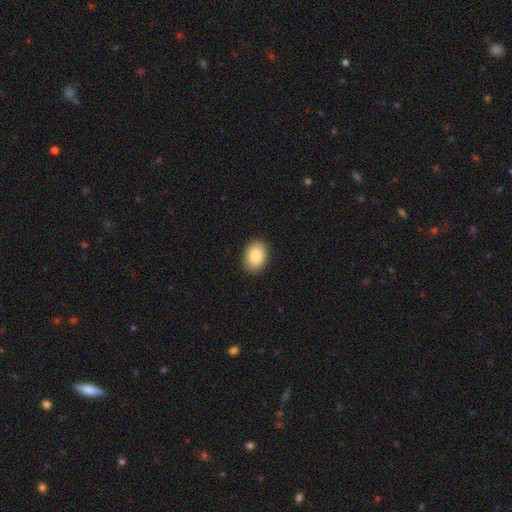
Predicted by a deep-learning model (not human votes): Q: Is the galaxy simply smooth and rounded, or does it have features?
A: smooth — 89%.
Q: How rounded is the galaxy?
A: in between — 77%.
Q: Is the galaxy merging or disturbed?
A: none — 90%.